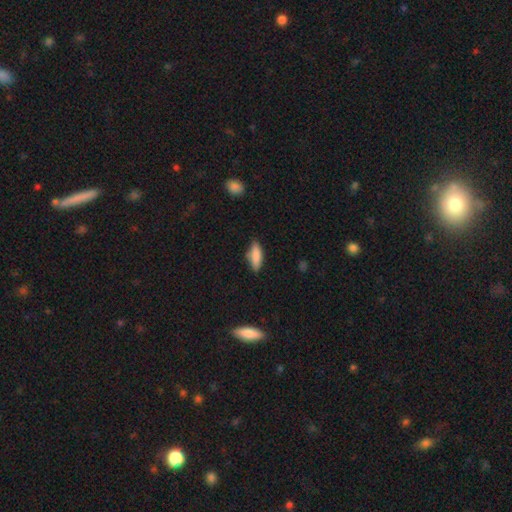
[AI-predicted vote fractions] Overall: smooth (82%). How rounded: in between (57%; cigar-shaped 41%). Merging: none (75%).